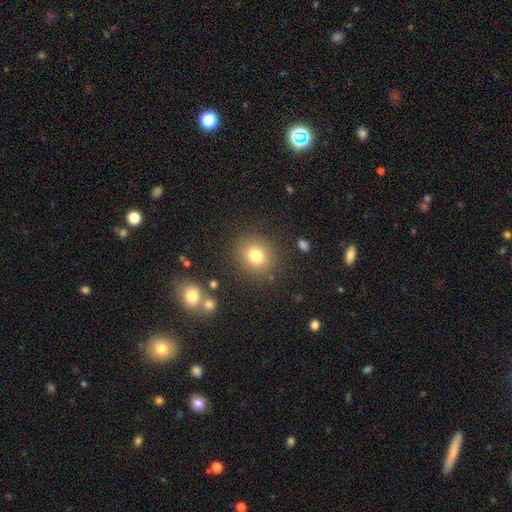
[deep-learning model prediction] Smooth or featured? smooth (78%)
How rounded? round (80%)
Merging? none (86%)